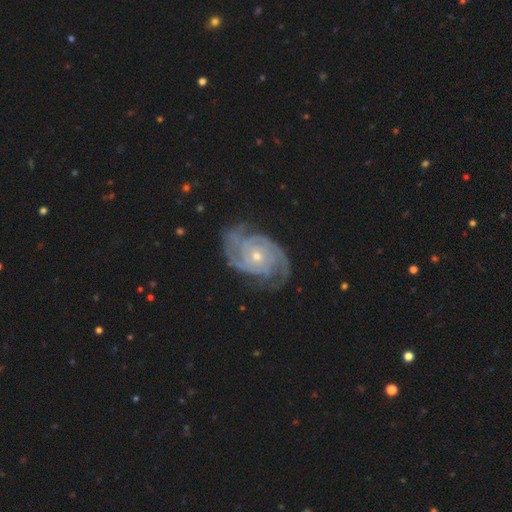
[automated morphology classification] A featured or disk galaxy (92%) with no bar (75%), 2 (33%) tight (67%) spiral arms (98%) and a small central bulge (66%). Merging: none (76%).